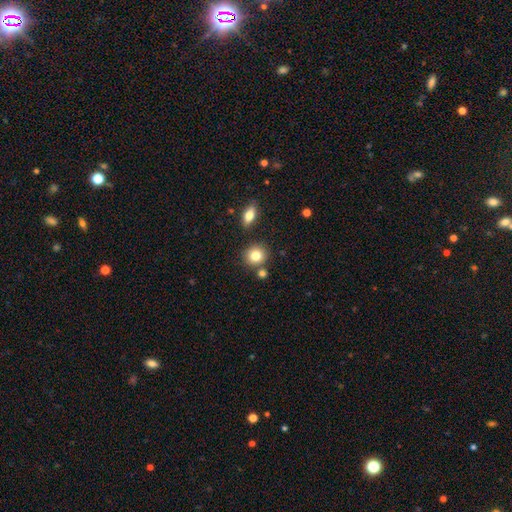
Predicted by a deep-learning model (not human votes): A smooth galaxy with no disk features (82%) that is round (84%).

Vote fractions:
- Smooth or featured? smooth: 82% / star or artifact: 10% / featured or disk: 9%
- How rounded? round: 84% / in between: 15% / cigar-shaped: 1%
- Merging? none: 78% / merger: 10% / minor disturbance: 9% / major disturbance: 3%